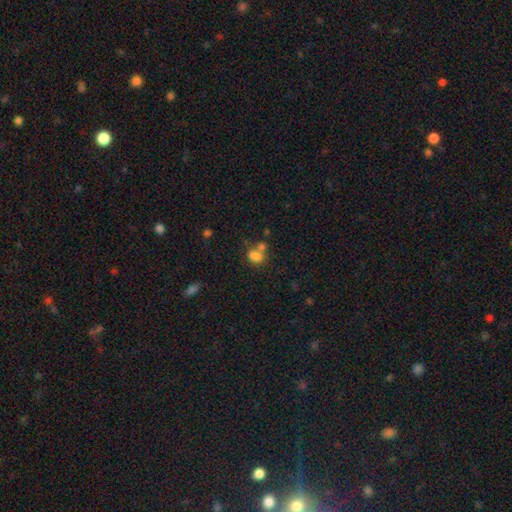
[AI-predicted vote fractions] Smooth or featured? Predicted: smooth (p=0.75). How rounded? Predicted: in between (p=0.59). Merging? Predicted: merger (p=0.47).